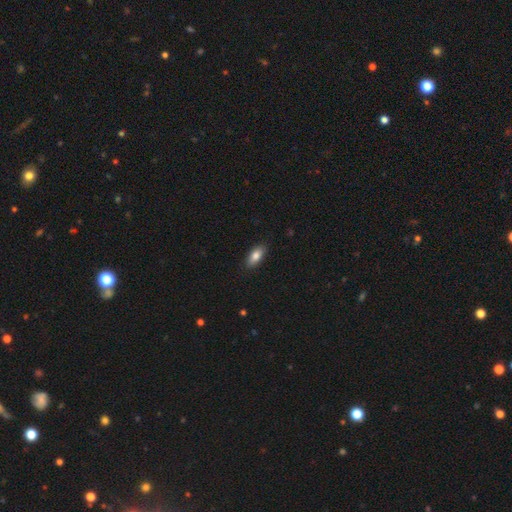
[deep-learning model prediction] This is clearly a smooth galaxy (83%). How rounded: clearly in between (84%). Merging: clearly none (88%).